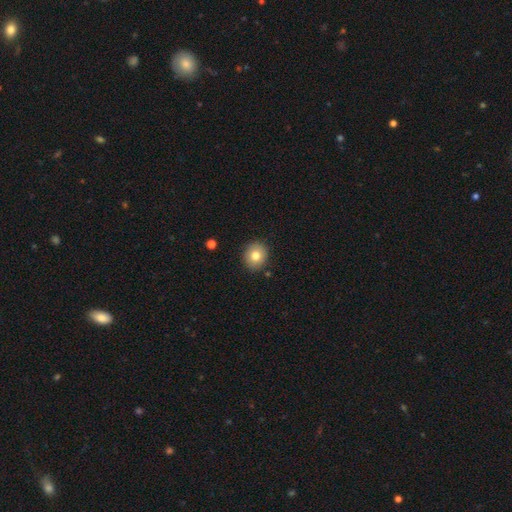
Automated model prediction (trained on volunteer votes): Smooth or featured? smooth (79%)
How rounded? round (82%)
Merging? none (88%)